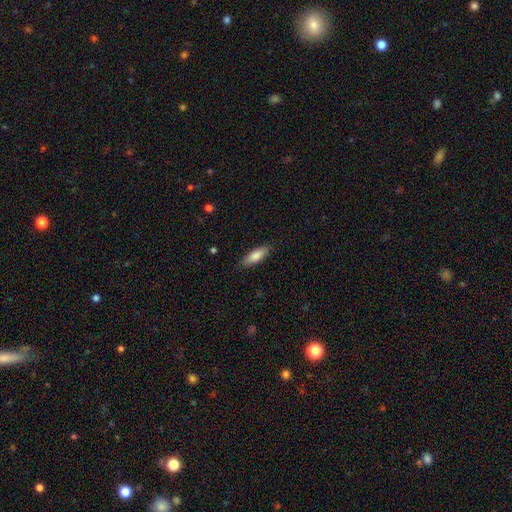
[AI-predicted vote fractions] Q: Smooth or featured?
A: smooth (83%); runner-up: featured or disk (11%)
Q: How rounded?
A: in between (59%); runner-up: cigar-shaped (39%)
Q: Merging?
A: none (85%); runner-up: minor disturbance (11%)